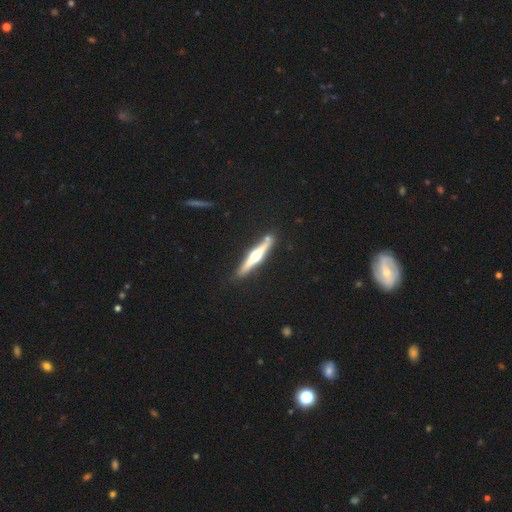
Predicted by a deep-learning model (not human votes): Overall: featured or disk (73%). Edge-on disk: yes (97%). Edge-on bulge: rounded (93%). Merging: none (85%).